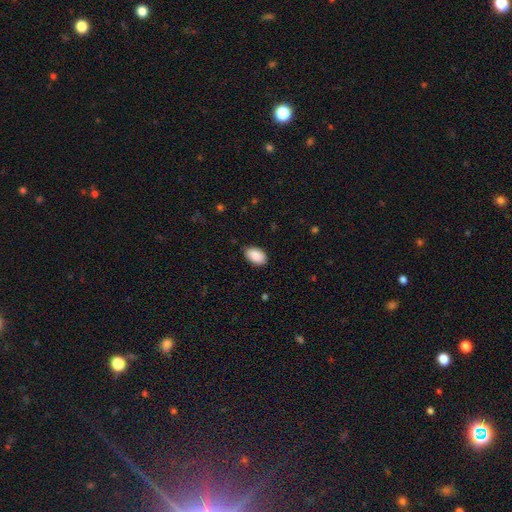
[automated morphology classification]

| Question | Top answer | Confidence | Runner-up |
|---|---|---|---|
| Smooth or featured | smooth | 90% | star or artifact (6%) |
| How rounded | in between | 93% | round (6%) |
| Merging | none | 83% | minor disturbance (14%) |